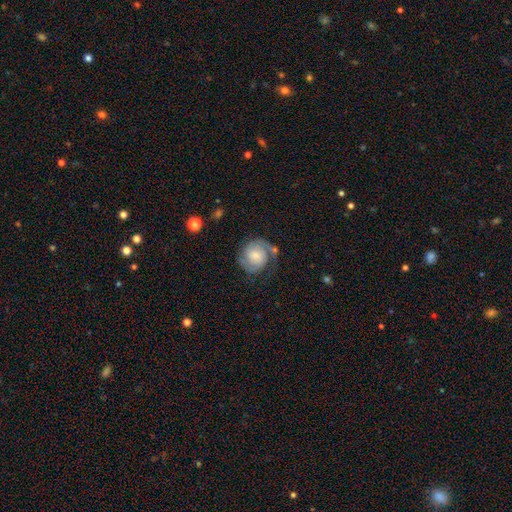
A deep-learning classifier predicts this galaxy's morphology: Overall: featured or disk (76%). Edge-on disk: no (98%). Bar: no (65%; weak 29%). Spiral arms: yes (95%). Spiral arm count: 2 (83%). Spiral winding: medium (43%; tight 42%). Bulge size: small (53%; moderate 30%). Merging: none (64%).